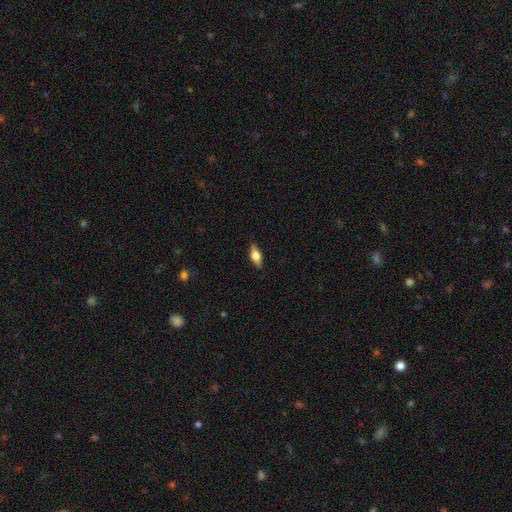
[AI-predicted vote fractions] This appears to be a smooth galaxy with no disk features (60%) that is in between round and cigar-shaped (76%). Merging: none (86%).